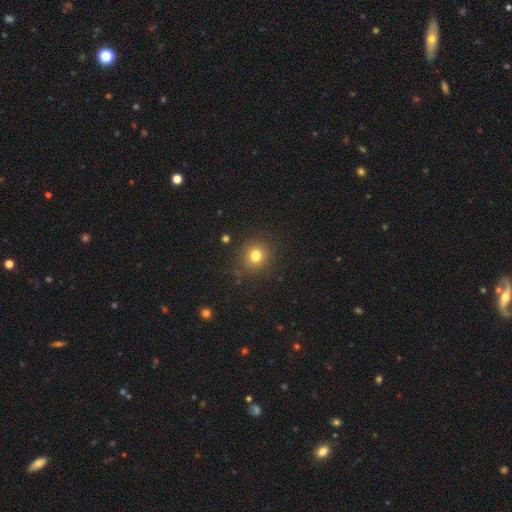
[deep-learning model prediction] Morphology: type=smooth (79%); roundness=round (91%); merging=none (88%).